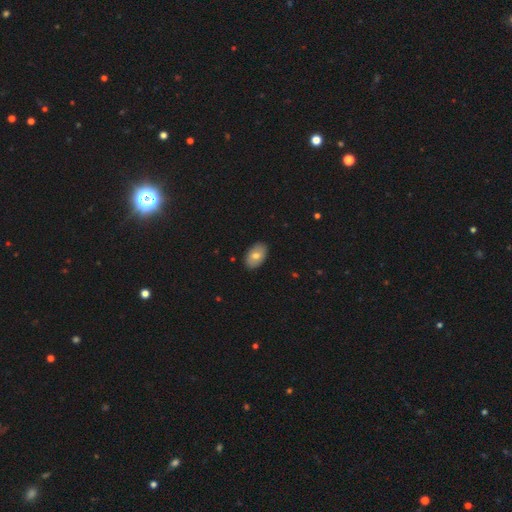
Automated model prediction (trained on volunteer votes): Overall: smooth (73%). How rounded: in between (92%). Merging: none (89%).